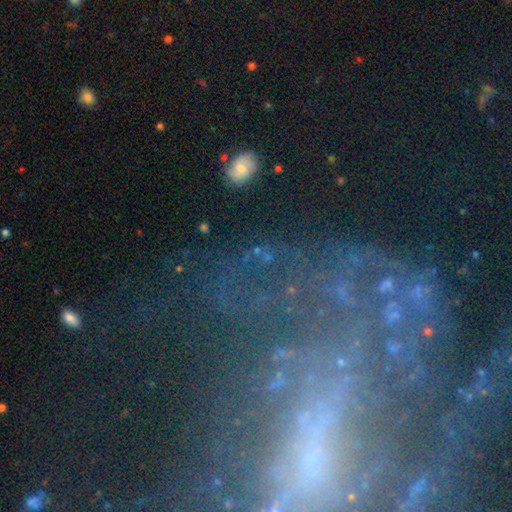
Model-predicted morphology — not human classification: Smooth or featured? Predicted: featured or disk (p=0.58). Edge-on disk? Predicted: no (p=0.92). Bar? Predicted: no (p=0.52). Spiral arms? Predicted: yes (p=0.62). Bulge size? Predicted: small (p=0.40). Merging? Predicted: none (p=0.60).